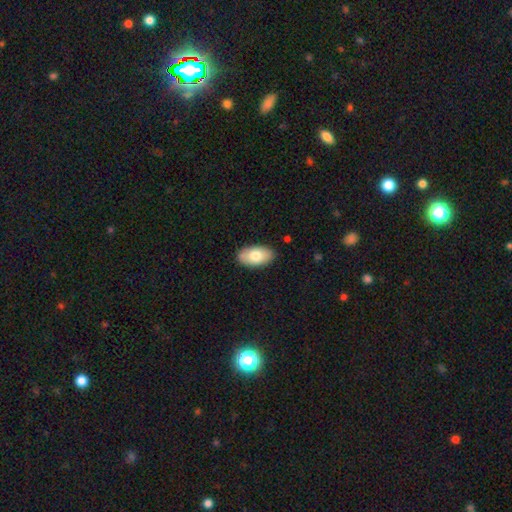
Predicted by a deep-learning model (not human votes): Overall: smooth (77%). How rounded: in between (94%). Merging: none (86%).